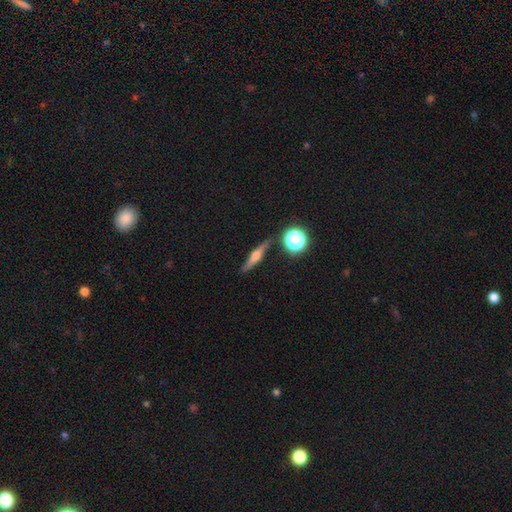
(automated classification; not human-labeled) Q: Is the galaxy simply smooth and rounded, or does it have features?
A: featured or disk — 64%.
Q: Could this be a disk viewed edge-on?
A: yes — 94%.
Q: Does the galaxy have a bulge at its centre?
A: rounded — 89%.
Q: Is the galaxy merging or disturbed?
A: none — 85%.